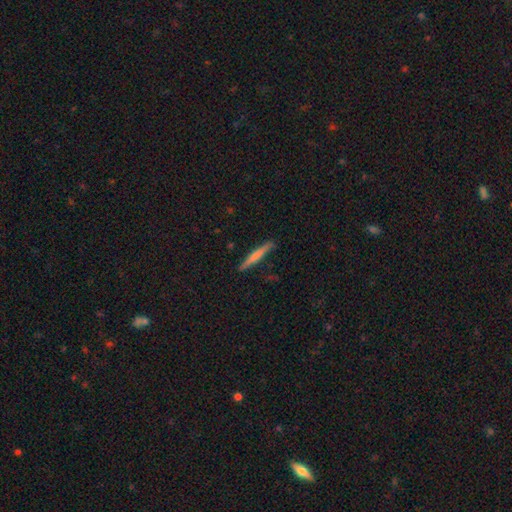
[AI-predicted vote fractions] The model was most divided on "smooth or featured": smooth: 57%, featured or disk: 38%, star or artifact: 6%. More confident: how rounded — cigar-shaped (95%); merging — none (89%).